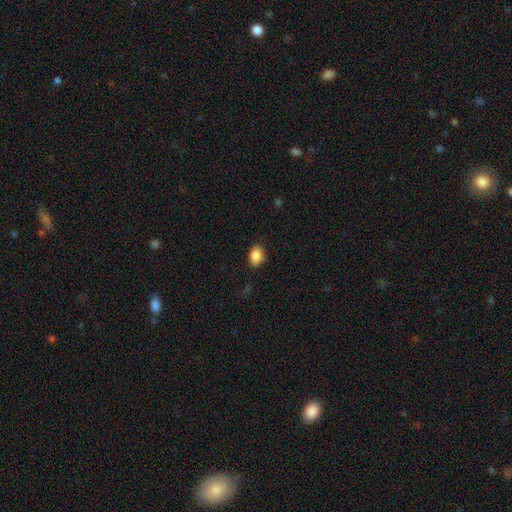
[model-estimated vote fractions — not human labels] A smooth galaxy with no disk features (88%) that is in between round and cigar-shaped (76%).

Vote fractions:
- Smooth or featured? smooth: 88% / star or artifact: 8% / featured or disk: 4%
- How rounded? in between: 76% / round: 23% / cigar-shaped: 1%
- Merging? none: 83% / minor disturbance: 13% / major disturbance: 3% / merger: 1%